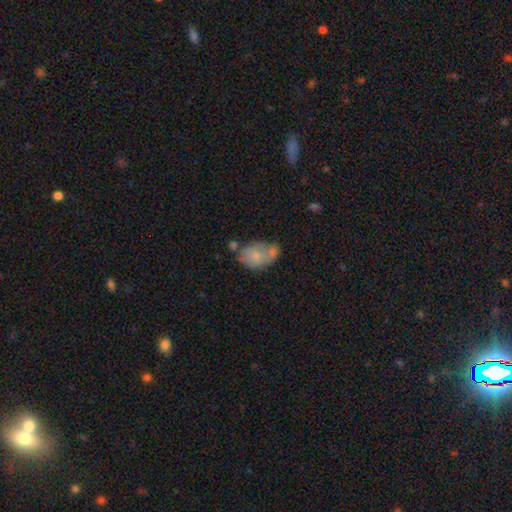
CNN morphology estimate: Overall: smooth (70%). How rounded: in between (77%). Merging: merger (34%; none 32%).